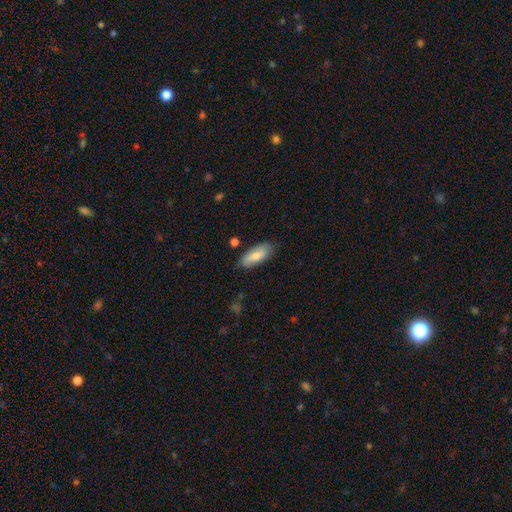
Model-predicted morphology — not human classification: type=smooth (75%); roundness=in between (82%); merging=none (80%).